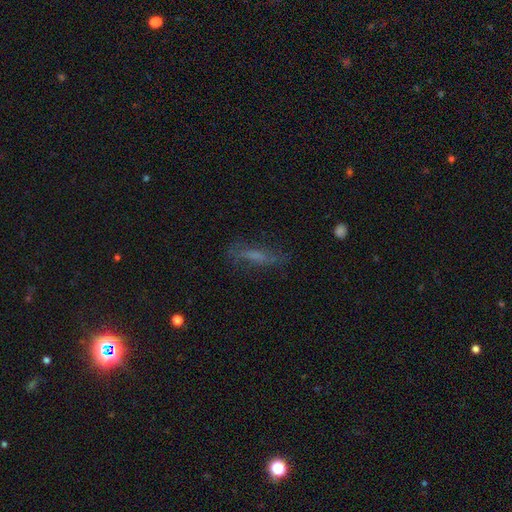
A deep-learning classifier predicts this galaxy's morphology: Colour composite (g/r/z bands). It shows a smooth galaxy with no disk features (43%). Merging: none (67%).